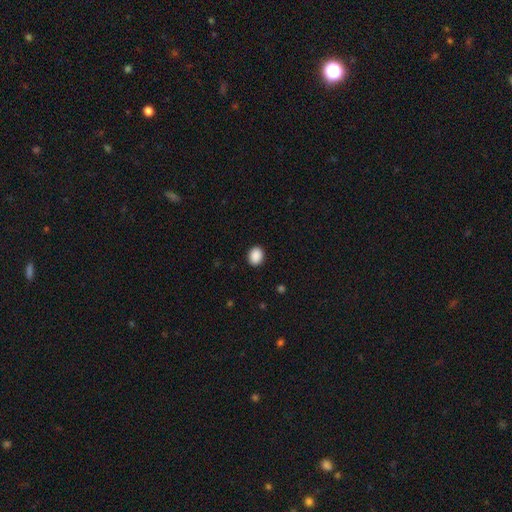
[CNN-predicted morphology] The model was most divided on "how rounded": in between: 51%, round: 48%, cigar-shaped: 1%. More confident: merging — none (90%); smooth or featured — smooth (90%).